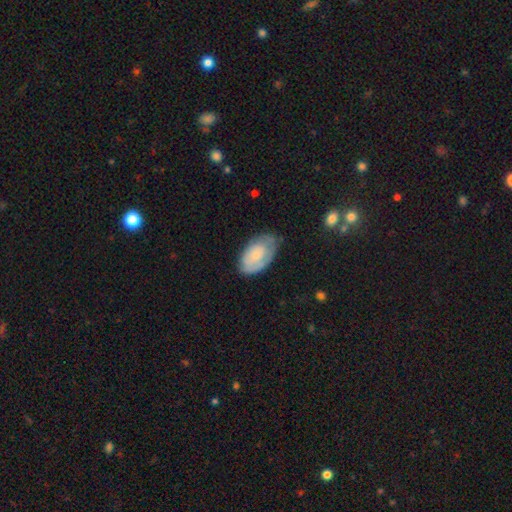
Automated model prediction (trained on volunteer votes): Smooth or featured? smooth (57%)
How rounded? in between (94%)
Merging? none (59%)